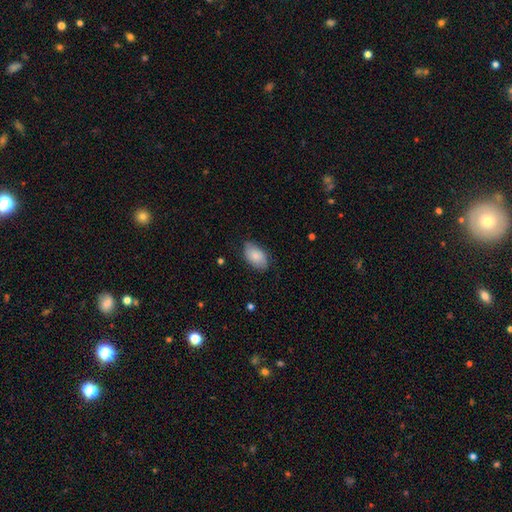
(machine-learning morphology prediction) Smooth or featured: smooth — 83% (featured or disk — 11%)
How rounded: in between — 93% (round — 6%)
Merging: none — 76% (minor disturbance — 19%)